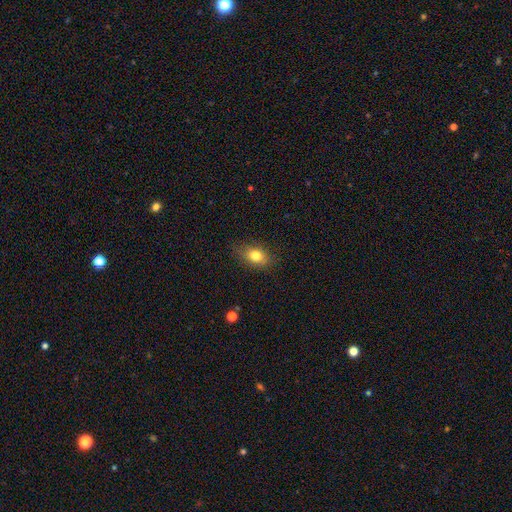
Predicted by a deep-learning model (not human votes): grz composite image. It shows a smooth galaxy with no disk features (77%) that is in between round and cigar-shaped (72%). Merging: none (79%).